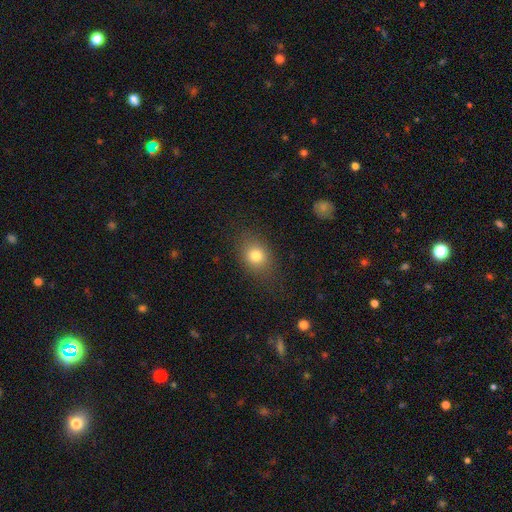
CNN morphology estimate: The model was most divided on "how rounded": in between: 51%, round: 47%, cigar-shaped: 2%. More confident: smooth or featured — smooth (80%); merging — none (76%).